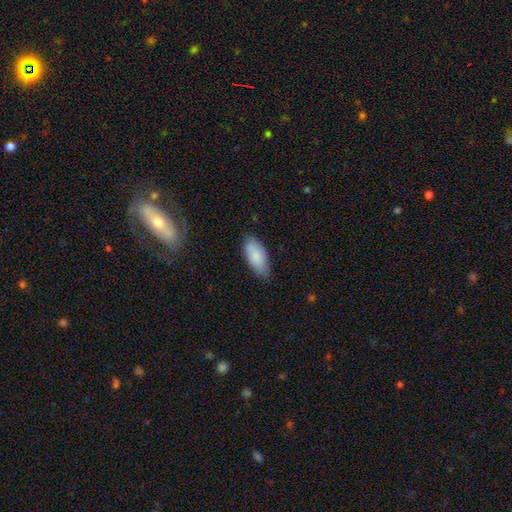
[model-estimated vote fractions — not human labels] This appears to be a smooth galaxy with no disk features (83%) that is in between round and cigar-shaped (90%). Merging: none (73%).